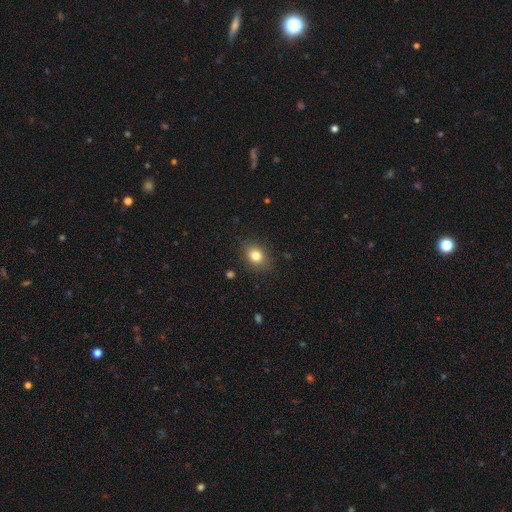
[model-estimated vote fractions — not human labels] This appears to be a smooth galaxy with no disk features (81%) that is in between round and cigar-shaped (50%). Merging: none (85%).